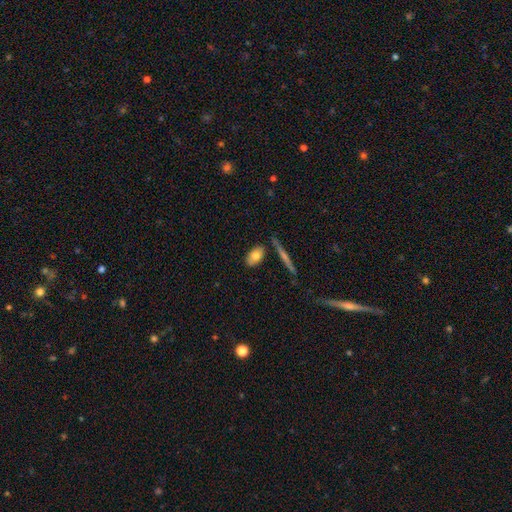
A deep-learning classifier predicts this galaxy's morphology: Overall: smooth (72%). How rounded: in between (86%). Merging: none (75%).